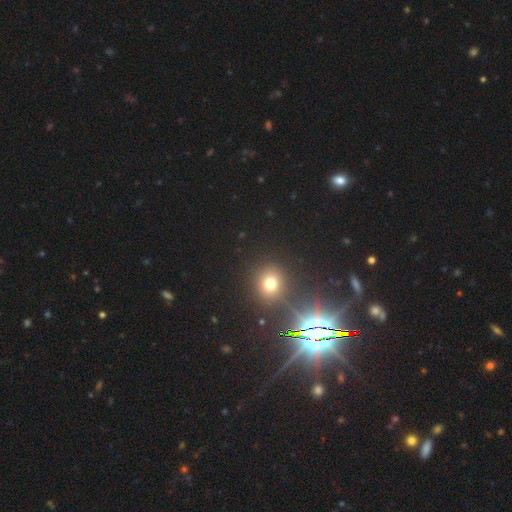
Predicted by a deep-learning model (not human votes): Smooth or featured: star or artifact — 73% (smooth — 21%)